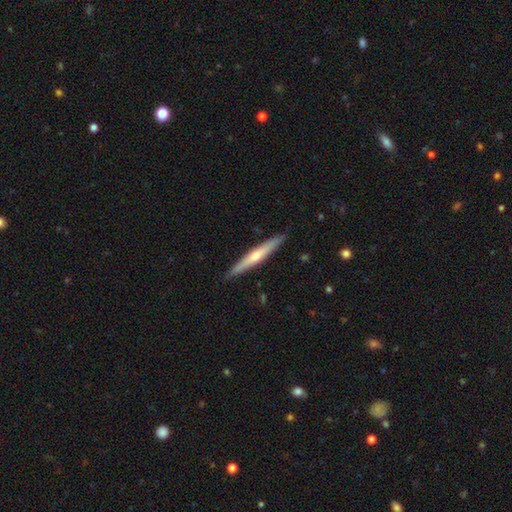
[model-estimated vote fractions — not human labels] Smooth or featured: featured or disk — 54% (smooth — 40%)
Edge-on disk: yes — 96% (no — 4%)
Edge-on bulge: rounded — 70% (none — 26%)
Merging: none — 91% (minor disturbance — 7%)